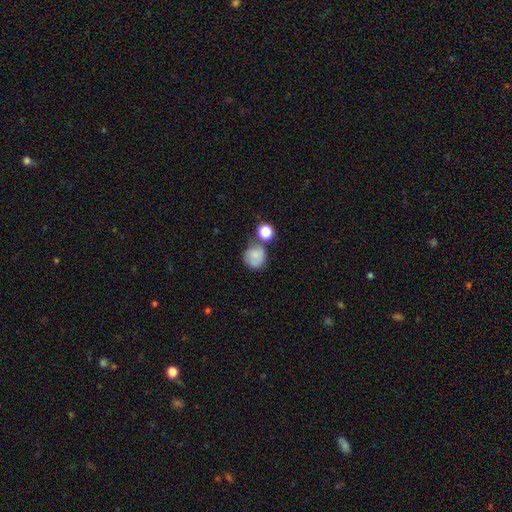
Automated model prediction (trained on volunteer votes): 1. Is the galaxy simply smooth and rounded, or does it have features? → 78% smooth, 12% featured or disk, 10% star or artifact.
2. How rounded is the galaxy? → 85% round, 14% in between, 1% cigar-shaped.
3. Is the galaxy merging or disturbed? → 52% none, 22% merger, 18% minor disturbance, 7% major disturbance.